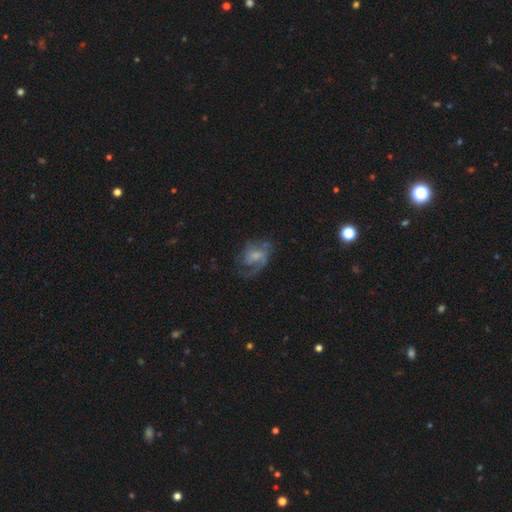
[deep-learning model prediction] This is likely a featured or disk galaxy (72%). It is clearly not viewed edge-on (97%). Bar: possibly no (52%). Spiral arm pattern: clearly yes (88%). Spiral arm count: marginally 1 (41%). Spiral winding: possibly medium (45%). Central bulge: marginally small (39%). Merging: possibly none (50%).